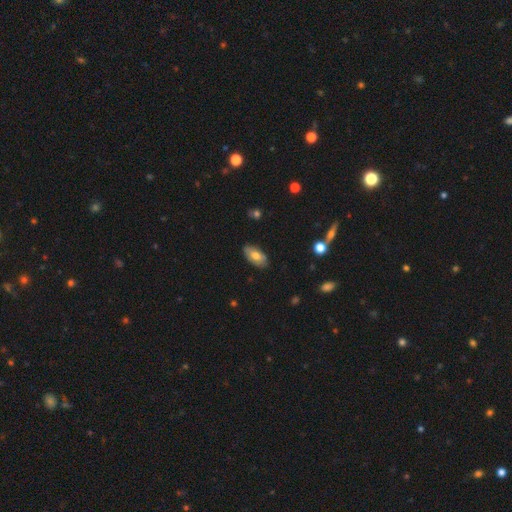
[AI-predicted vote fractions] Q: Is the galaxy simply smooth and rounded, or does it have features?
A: smooth — 66%.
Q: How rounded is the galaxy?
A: in between — 93%.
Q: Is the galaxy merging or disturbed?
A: none — 82%.